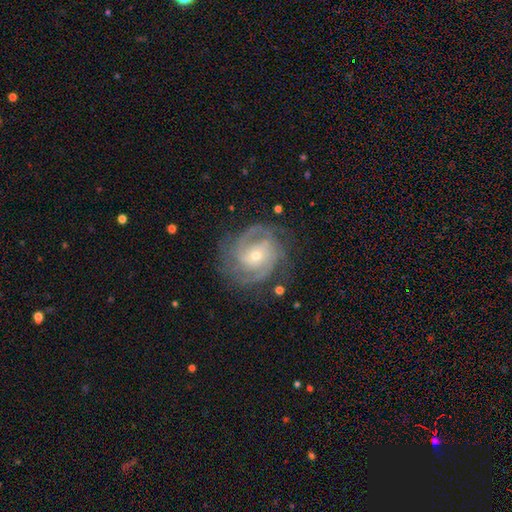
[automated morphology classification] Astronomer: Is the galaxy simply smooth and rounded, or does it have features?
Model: featured or disk — 89%.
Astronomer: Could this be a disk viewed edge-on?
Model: no — 98%.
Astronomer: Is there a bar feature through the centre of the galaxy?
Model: no — 60%.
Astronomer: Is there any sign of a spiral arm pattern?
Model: yes — 97%.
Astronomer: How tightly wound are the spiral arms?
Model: tight — 55% (runner-up: medium, 38%).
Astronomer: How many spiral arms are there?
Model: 2 — 40% (runner-up: 3, 27%).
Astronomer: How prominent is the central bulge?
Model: small — 67%.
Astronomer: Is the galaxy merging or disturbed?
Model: none — 75%.